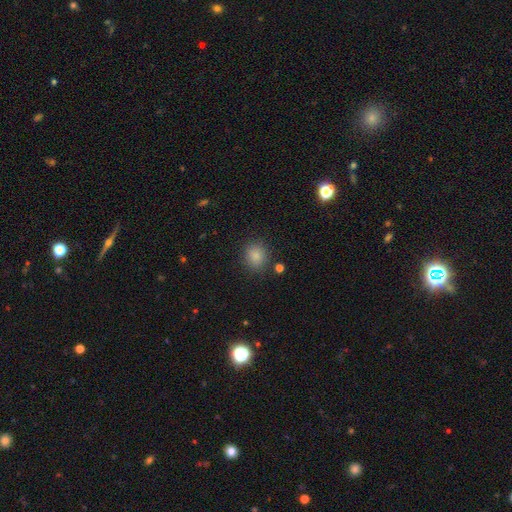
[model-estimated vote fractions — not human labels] A smooth galaxy with no disk features (85%) that is round (74%). Merging: none (85%).